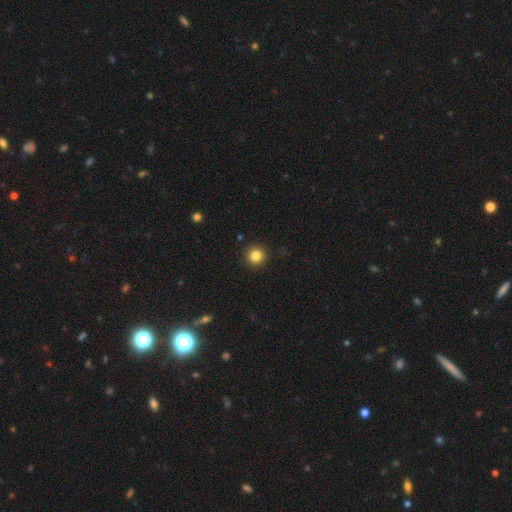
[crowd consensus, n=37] Morphology: type=smooth (86%); roundness=round (100%); merging=none (94%).